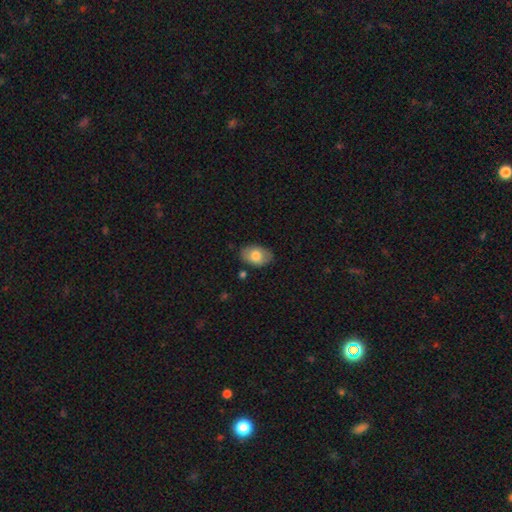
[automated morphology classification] The model was most divided on "smooth or featured": smooth: 74%, featured or disk: 20%, star or artifact: 7%. More confident: how rounded — in between (87%); merging — none (81%).